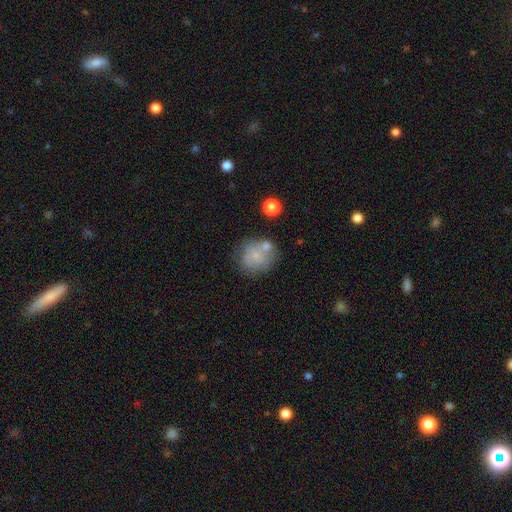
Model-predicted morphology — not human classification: Smooth or featured?
  - smooth: 66% *
  - featured or disk: 25%
  - star or artifact: 9%
How rounded?
  - round: 80% *
  - in between: 19%
  - cigar-shaped: 1%
Merging?
  - none: 52% *
  - merger: 21%
  - minor disturbance: 19%
  - major disturbance: 8%